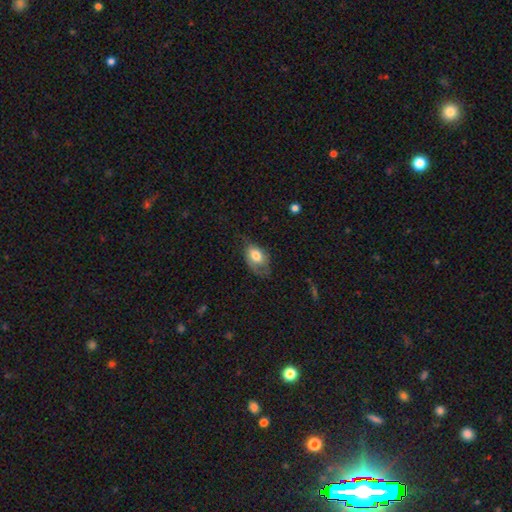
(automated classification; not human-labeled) Morphology: type=smooth (67%); roundness=in between (86%); merging=none (40%).